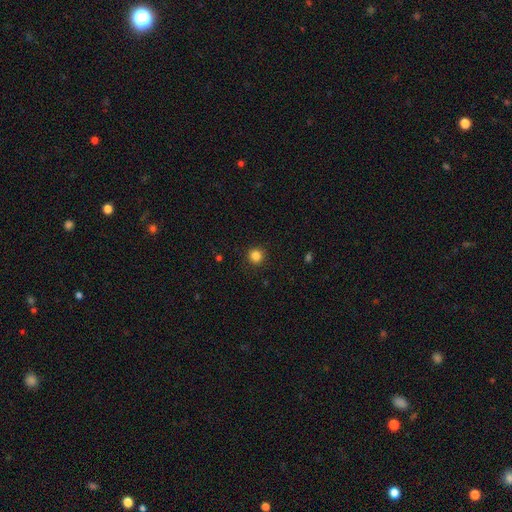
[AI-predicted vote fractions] The model was most divided on "smooth or featured": smooth: 84%, star or artifact: 12%, featured or disk: 4%. More confident: how rounded — round (95%); merging — none (92%).